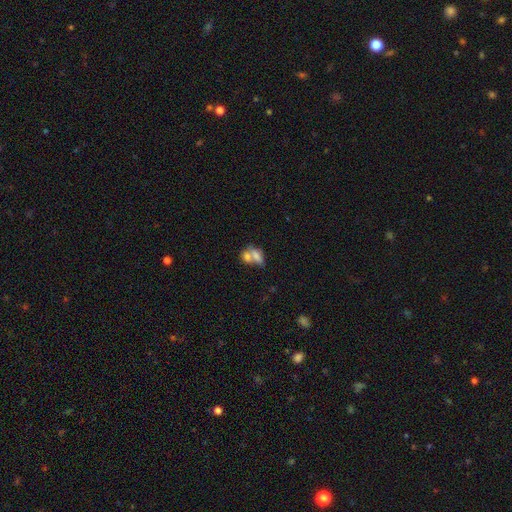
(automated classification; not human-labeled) This appears to be a smooth galaxy with no disk features (69%) that is in between round and cigar-shaped (77%). Merging: merger (64%).